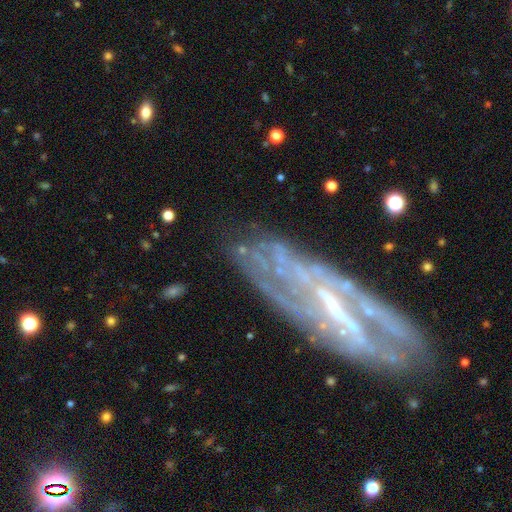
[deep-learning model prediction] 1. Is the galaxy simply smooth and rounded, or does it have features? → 77% featured or disk, 13% smooth, 10% star or artifact.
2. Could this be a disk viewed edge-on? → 78% no, 22% yes.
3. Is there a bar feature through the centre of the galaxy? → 47% strong, 27% weak, 26% no.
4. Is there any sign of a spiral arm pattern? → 58% yes, 42% no.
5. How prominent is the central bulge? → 39% none, 30% small, 25% moderate, 5% large, 2% dominant.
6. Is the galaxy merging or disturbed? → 57% none, 21% minor disturbance, 17% major disturbance, 5% merger.